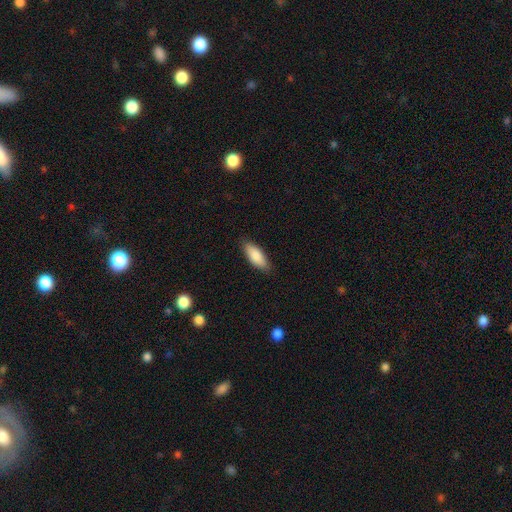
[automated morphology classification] This appears to be a smooth galaxy with no disk features (85%) that is in between round and cigar-shaped (75%). Merging: none (85%).